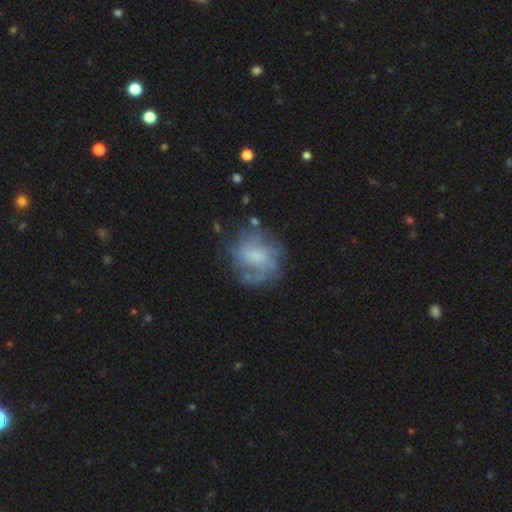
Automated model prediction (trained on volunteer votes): Smooth or featured: featured or disk — 55% (smooth — 34%)
Edge-on disk: no — 97% (yes — 3%)
Bar: no — 55% (weak — 37%)
Spiral arms: yes — 68% (no — 32%)
Bulge size: small — 38% (moderate — 31%)
Merging: none — 63% (minor disturbance — 20%)